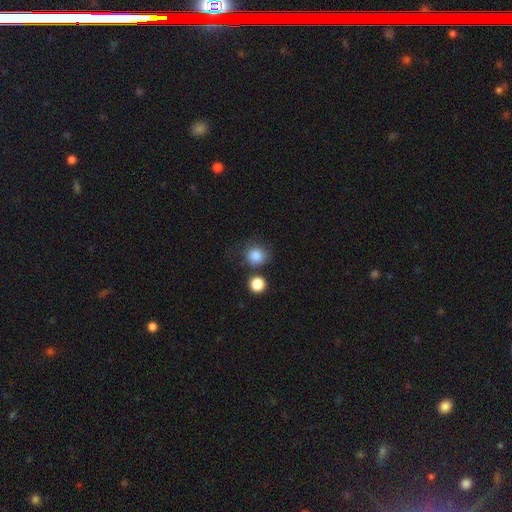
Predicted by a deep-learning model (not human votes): A smooth galaxy with no disk features (85%) that is round (87%).

Vote fractions:
- Smooth or featured? smooth: 85% / star or artifact: 10% / featured or disk: 5%
- How rounded? round: 87% / in between: 12% / cigar-shaped: 1%
- Merging? none: 68% / minor disturbance: 15% / merger: 11% / major disturbance: 6%